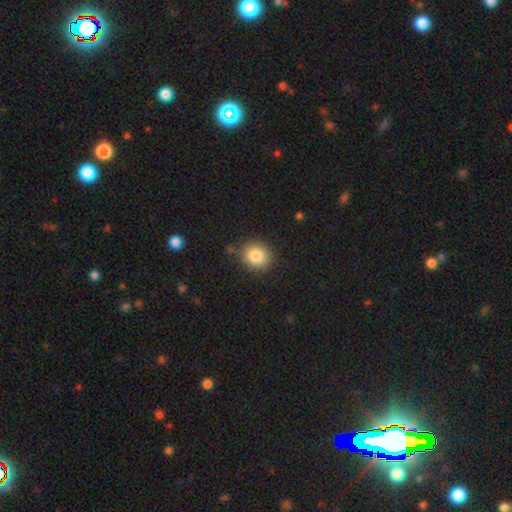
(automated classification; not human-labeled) Smooth or featured? smooth (85%)
How rounded? round (79%)
Merging? none (86%)